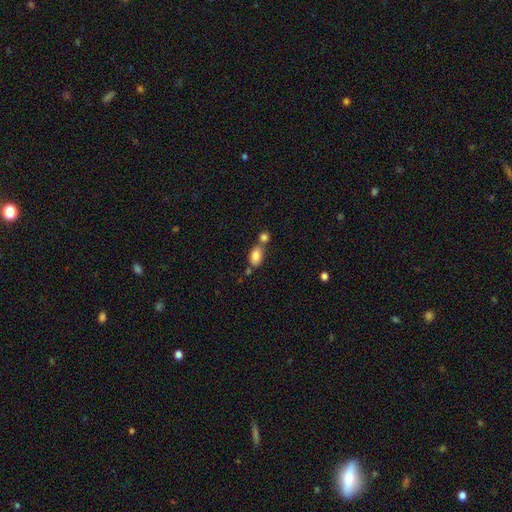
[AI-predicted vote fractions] Morphology: type=smooth (82%); roundness=in between (84%); merging=none (46%).